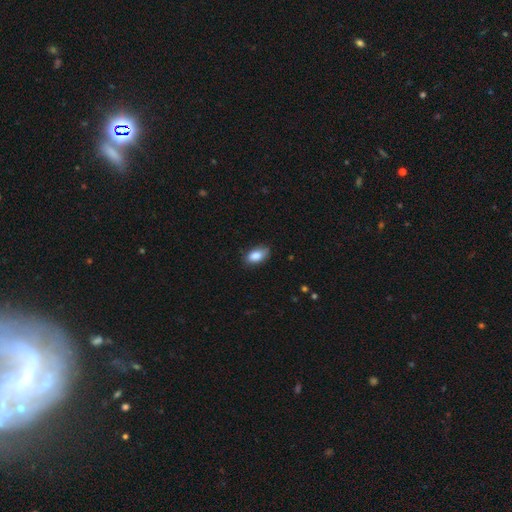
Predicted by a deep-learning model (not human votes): Overall: smooth (86%). How rounded: in between (91%). Merging: none (77%).